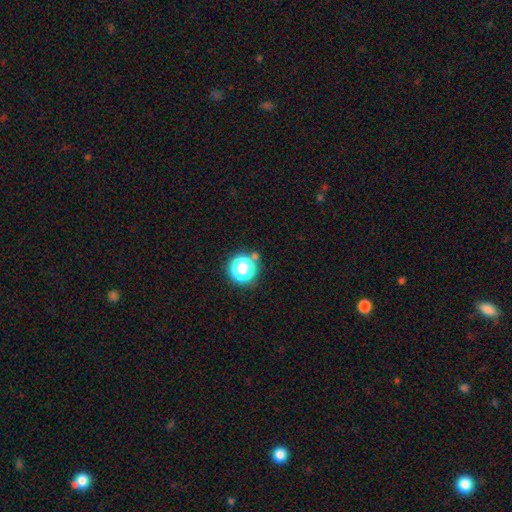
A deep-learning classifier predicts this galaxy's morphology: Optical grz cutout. It shows a smooth galaxy with no disk features (46%, tied with star or artifact). Merging: none (77%).